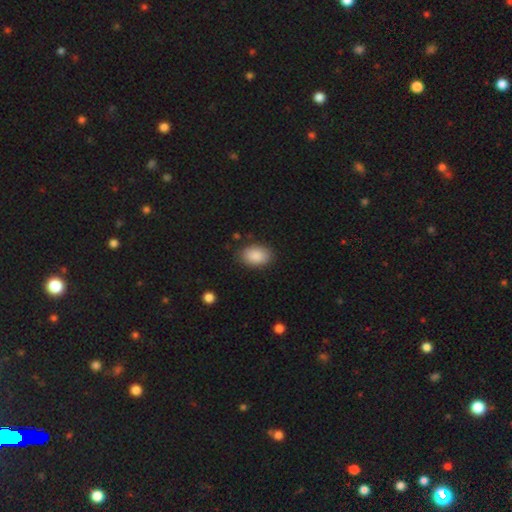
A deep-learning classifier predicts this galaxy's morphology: Q: Smooth or featured?
A: smooth (89%); runner-up: star or artifact (7%)
Q: How rounded?
A: in between (89%); runner-up: round (10%)
Q: Merging?
A: none (85%); runner-up: minor disturbance (11%)